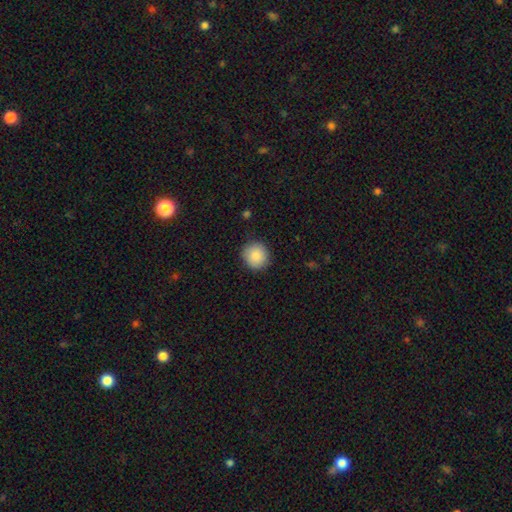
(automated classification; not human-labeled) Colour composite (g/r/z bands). It shows a smooth galaxy with no disk features (87%) that is round (91%). Merging: none (89%).